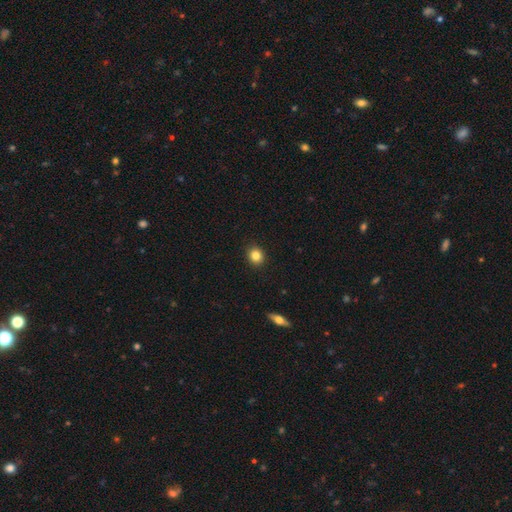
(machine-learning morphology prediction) This is clearly a smooth galaxy (84%). How rounded: likely round (78%). Merging: clearly none (92%).